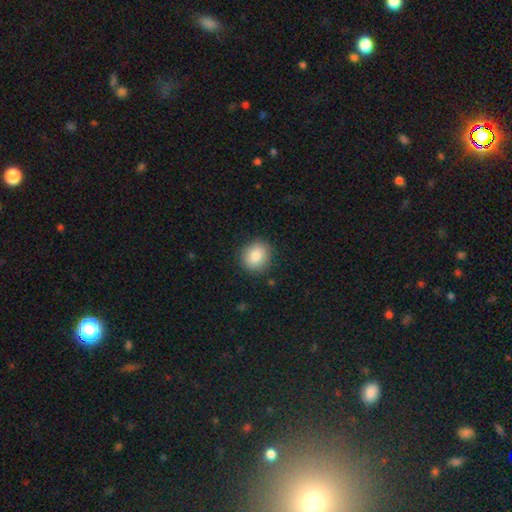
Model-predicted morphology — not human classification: Smooth or featured? Predicted: smooth (p=0.84). How rounded? Predicted: round (p=0.80). Merging? Predicted: none (p=0.88).